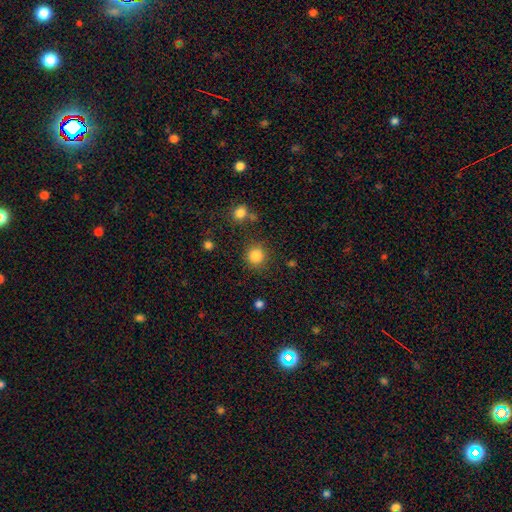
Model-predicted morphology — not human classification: This is clearly a smooth galaxy (85%). How rounded: clearly round (92%). Merging: clearly none (85%).